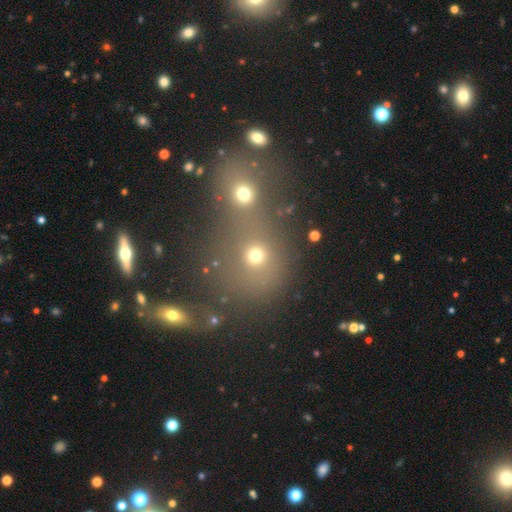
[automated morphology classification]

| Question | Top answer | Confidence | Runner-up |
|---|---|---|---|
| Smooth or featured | smooth | 67% | star or artifact (21%) |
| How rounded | round | 76% | in between (22%) |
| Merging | merger | 50% | none (37%) |